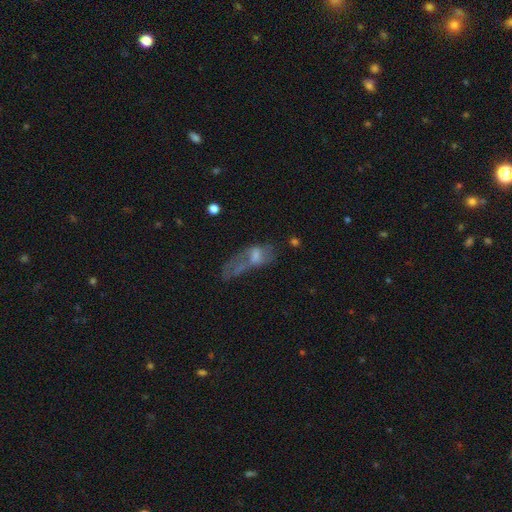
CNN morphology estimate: featured or disk 49%, smooth 37%, star or artifact 14%. Down the decision tree: merging — major disturbance (44%).